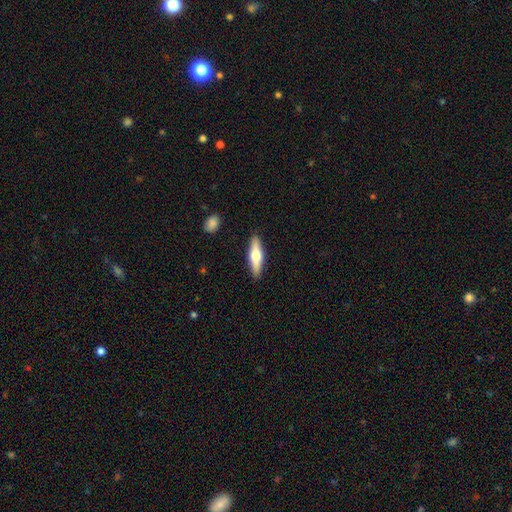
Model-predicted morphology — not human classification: Q: Smooth or featured?
A: smooth (52%); runner-up: featured or disk (43%)
Q: How rounded?
A: cigar-shaped (63%); runner-up: in between (35%)
Q: Merging?
A: none (89%); runner-up: minor disturbance (8%)